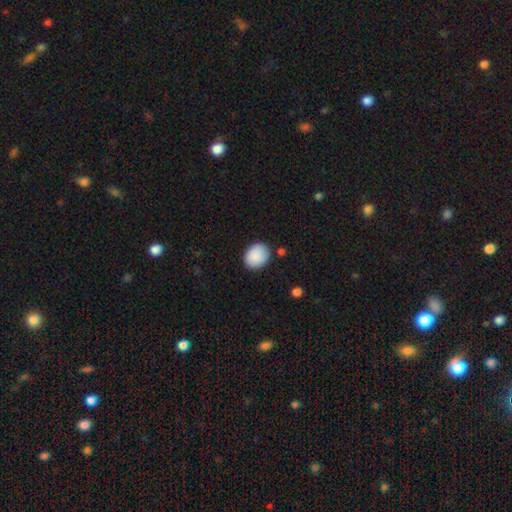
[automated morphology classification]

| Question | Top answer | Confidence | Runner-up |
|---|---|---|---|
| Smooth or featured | smooth | 90% | star or artifact (7%) |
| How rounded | round | 50% | in between (49%) |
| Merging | none | 83% | minor disturbance (12%) |